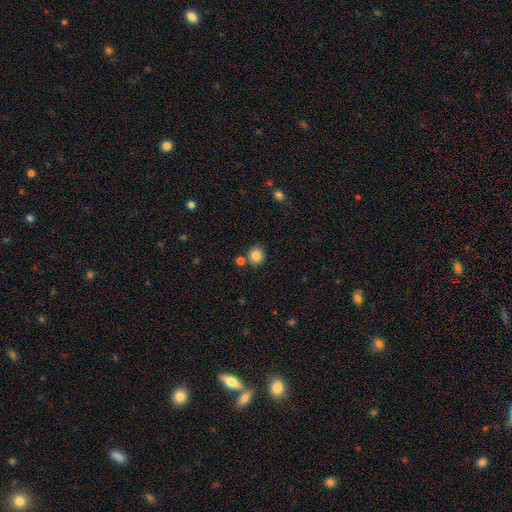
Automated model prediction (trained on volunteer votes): Smooth or featured? smooth (83%)
How rounded? round (89%)
Merging? none (82%)